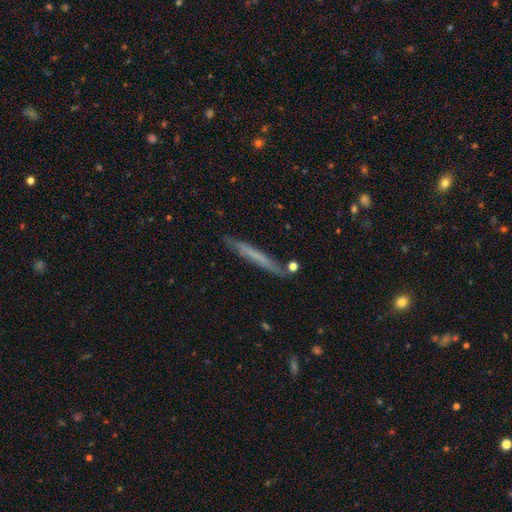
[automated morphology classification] smooth_or_featured: smooth (p=0.57) [alt: featured or disk p=0.35]
how_rounded: cigar-shaped (p=0.96) [alt: in between p=0.02]
merging: none (p=0.85) [alt: minor disturbance p=0.10]